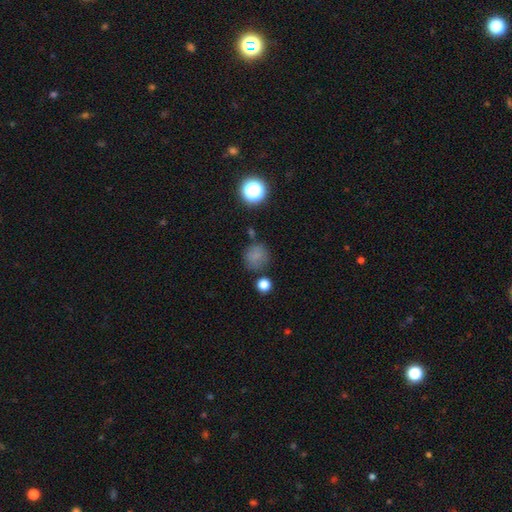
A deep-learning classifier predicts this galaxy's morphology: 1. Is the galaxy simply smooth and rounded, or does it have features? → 77% smooth, 16% star or artifact, 7% featured or disk.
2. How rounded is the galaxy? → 88% round, 10% in between, 1% cigar-shaped.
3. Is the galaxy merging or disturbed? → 73% none, 15% minor disturbance, 7% merger, 6% major disturbance.